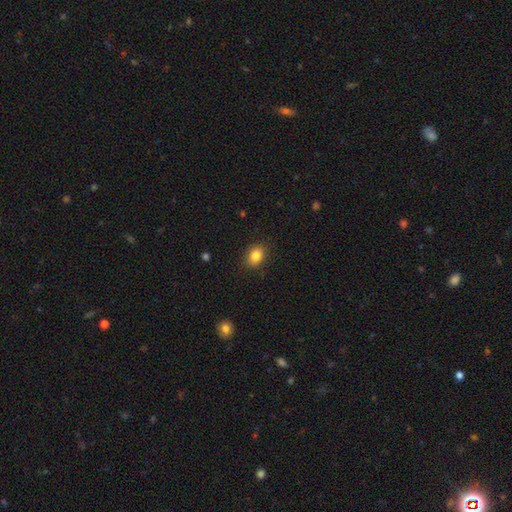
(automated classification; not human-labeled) Morphology: type=smooth (85%); roundness=in between (68%); merging=none (87%).